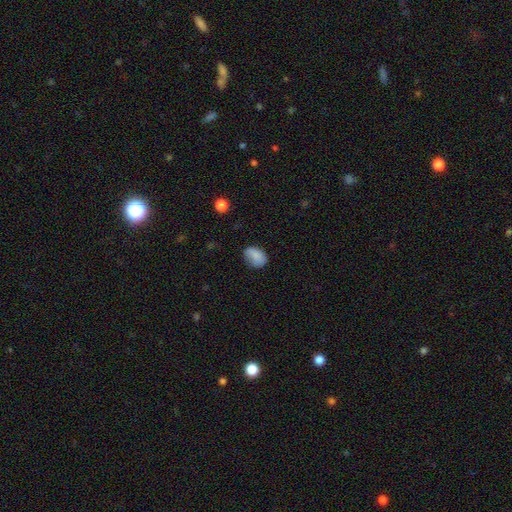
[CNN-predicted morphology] smooth 84%, star or artifact 9%, featured or disk 7%. Down the decision tree: how rounded — in between (75%); merging — none (64%).